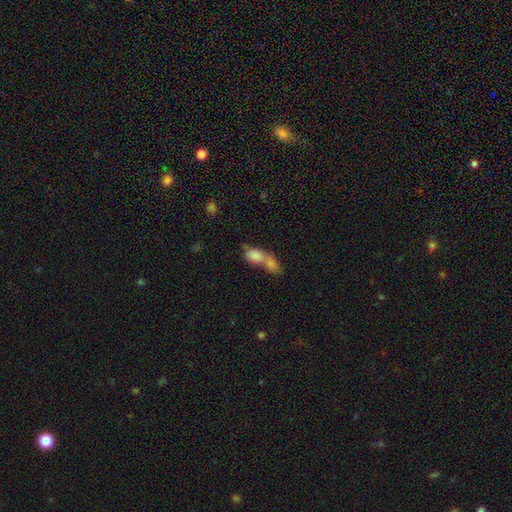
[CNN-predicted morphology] Smooth or featured? smooth (79%)
How rounded? in between (75%)
Merging? merger (75%)